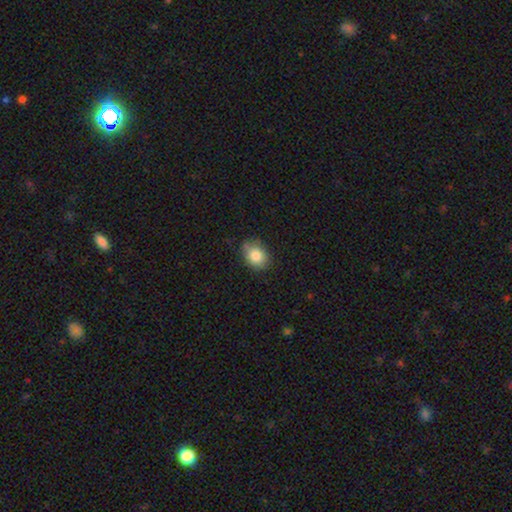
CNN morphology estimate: The model was most divided on "how rounded": in between: 58%, round: 41%, cigar-shaped: 1%. More confident: smooth or featured — smooth (83%); merging — none (76%).